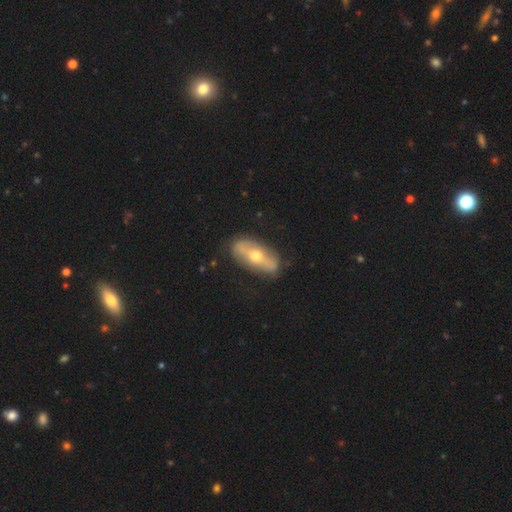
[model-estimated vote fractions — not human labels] A featured or disk galaxy (61%). Merging: none (80%).